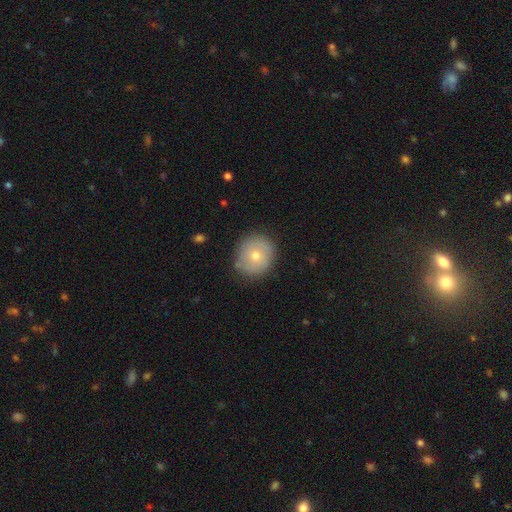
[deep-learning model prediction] Smooth or featured? Predicted: smooth (p=0.63). How rounded? Predicted: round (p=0.85). Merging? Predicted: none (p=0.82).